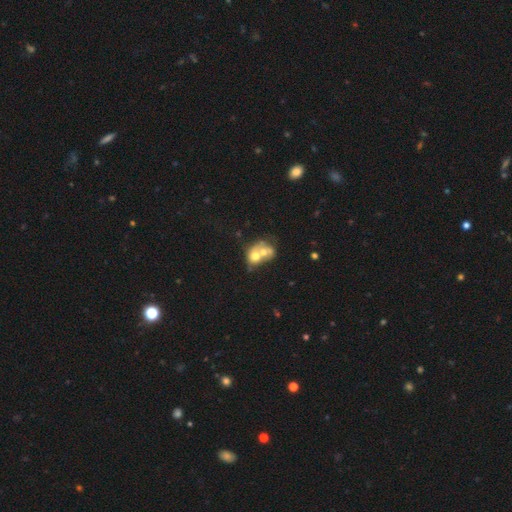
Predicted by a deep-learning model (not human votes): Overall: smooth (54%; featured or disk 36%). How rounded: round (50%; in between 49%). Merging: merger (72%).